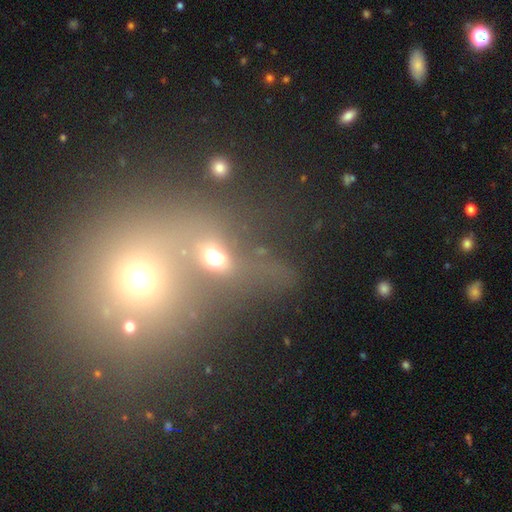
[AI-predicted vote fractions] Overall: smooth (44%; star or artifact 37%). Merging: merger (57%; none 28%).